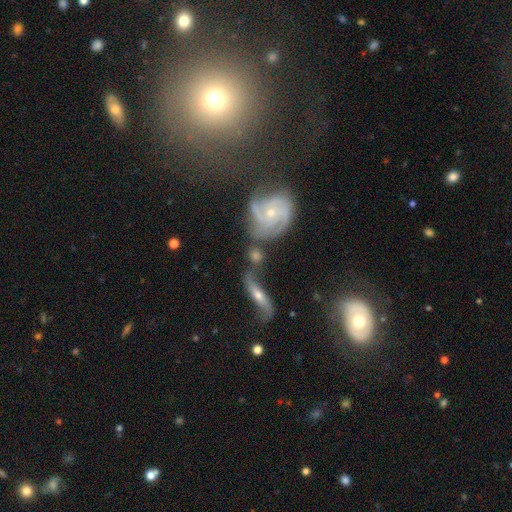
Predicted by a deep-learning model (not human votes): Q: Smooth or featured?
A: featured or disk (66%); runner-up: smooth (25%)
Q: Edge-on disk?
A: no (89%); runner-up: yes (11%)
Q: Bar?
A: no (65%); runner-up: weak (27%)
Q: Spiral arms?
A: yes (89%); runner-up: no (11%)
Q: Spiral winding?
A: medium (39%); runner-up: tight (31%)
Q: Spiral arm count?
A: 2 (37%); runner-up: 3 (26%)
Q: Bulge size?
A: small (65%); runner-up: moderate (28%)
Q: Merging?
A: none (41%); runner-up: merger (32%)